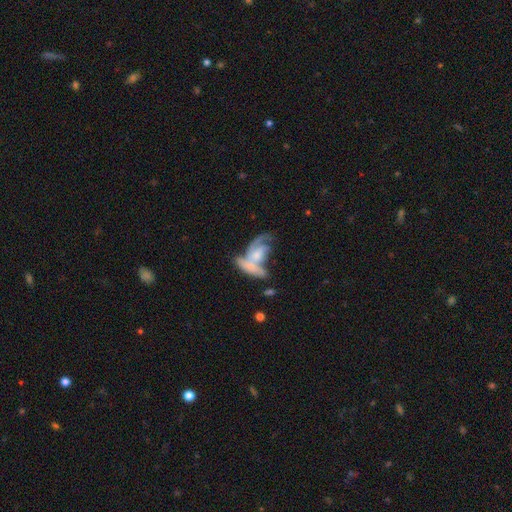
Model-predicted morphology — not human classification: Smooth or featured?
  - featured or disk: 64% *
  - smooth: 29%
  - star or artifact: 7%
Edge-on disk?
  - no: 90% *
  - yes: 10%
Bar?
  - no: 67% *
  - weak: 26%
  - strong: 7%
Spiral arms?
  - yes: 75% *
  - no: 25%
Bulge size?
  - small: 40% *
  - moderate: 33%
  - none: 19%
  - large: 7%
  - dominant: 2%
Merging?
  - merger: 58% *
  - none: 19%
  - major disturbance: 12%
  - minor disturbance: 10%